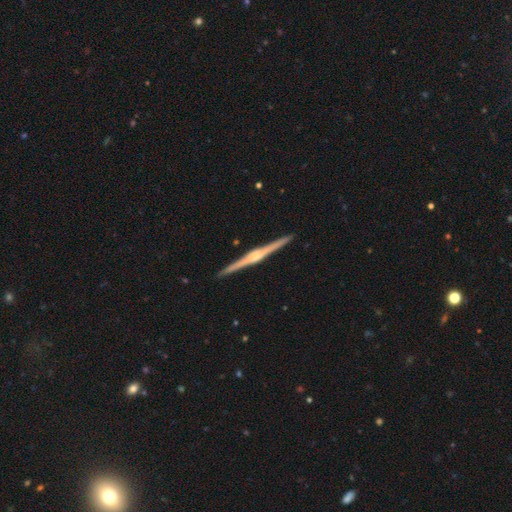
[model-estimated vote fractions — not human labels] Smooth or featured: featured or disk — 86% (smooth — 10%)
Edge-on disk: yes — 99% (no — 1%)
Edge-on bulge: rounded — 71% (boxy — 20%)
Merging: none — 93% (minor disturbance — 5%)